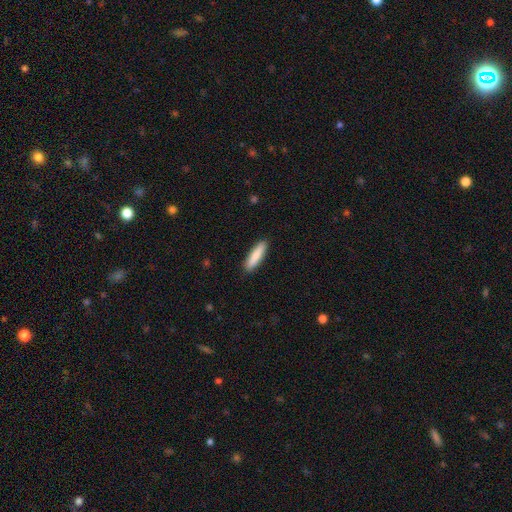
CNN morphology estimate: A smooth galaxy with no disk features (86%) that is cigar-shaped (81%).

Vote fractions:
- Smooth or featured? smooth: 86% / featured or disk: 9% / star or artifact: 5%
- How rounded? cigar-shaped: 81% / in between: 18% / round: 1%
- Merging? none: 91% / minor disturbance: 7% / major disturbance: 2% / merger: 1%